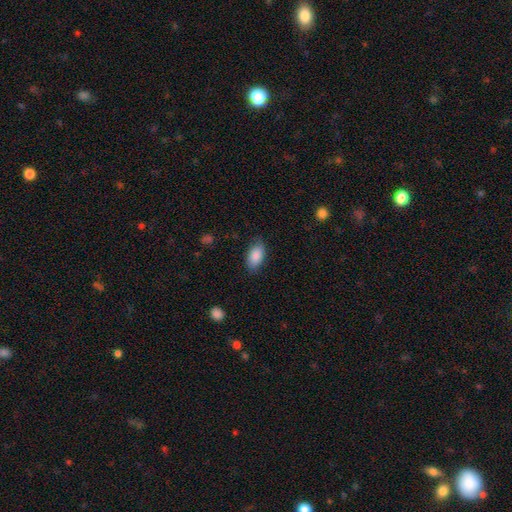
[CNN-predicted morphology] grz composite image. It shows a smooth galaxy with no disk features (88%) that is in between round and cigar-shaped (93%). Merging: none (82%).